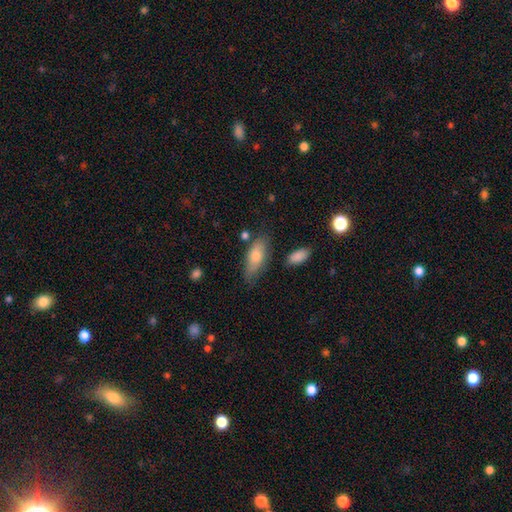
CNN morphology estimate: This appears to be a smooth galaxy with no disk features (70%) that is in between round and cigar-shaped (73%). Merging: none (71%).